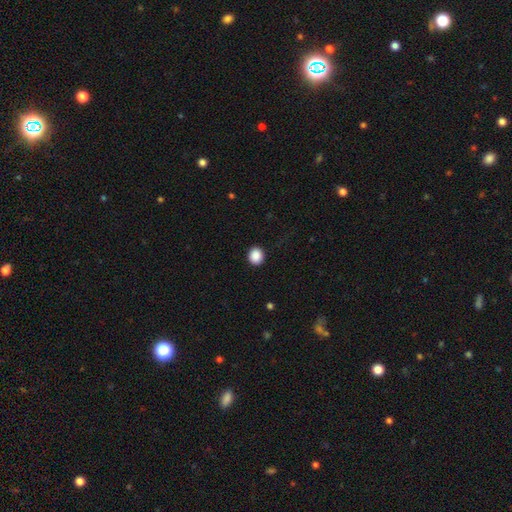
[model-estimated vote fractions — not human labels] A smooth galaxy with no disk features (89%) that is round (80%).

Vote fractions:
- Smooth or featured? smooth: 89% / star or artifact: 9% / featured or disk: 2%
- How rounded? round: 80% / in between: 19% / cigar-shaped: 1%
- Merging? none: 92% / minor disturbance: 6% / major disturbance: 2% / merger: 1%